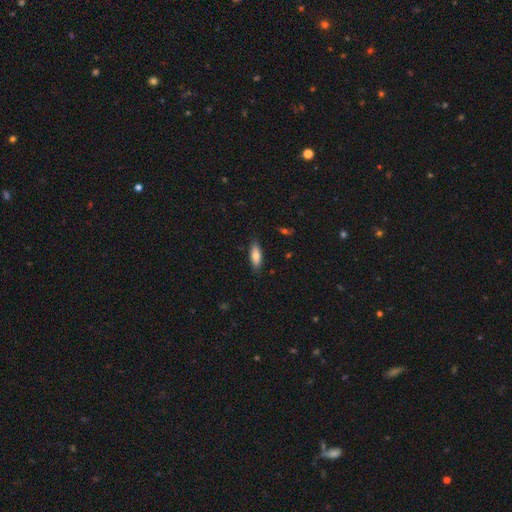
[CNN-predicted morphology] Smooth or featured? Predicted: smooth (p=0.78). How rounded? Predicted: in between (p=0.66). Merging? Predicted: none (p=0.86).